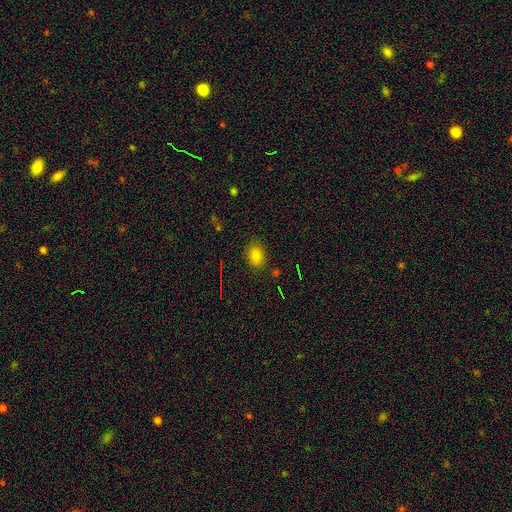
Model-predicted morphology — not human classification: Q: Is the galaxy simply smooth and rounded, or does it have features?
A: smooth — 76%.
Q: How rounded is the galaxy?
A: in between — 70%.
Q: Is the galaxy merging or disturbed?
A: none — 82%.